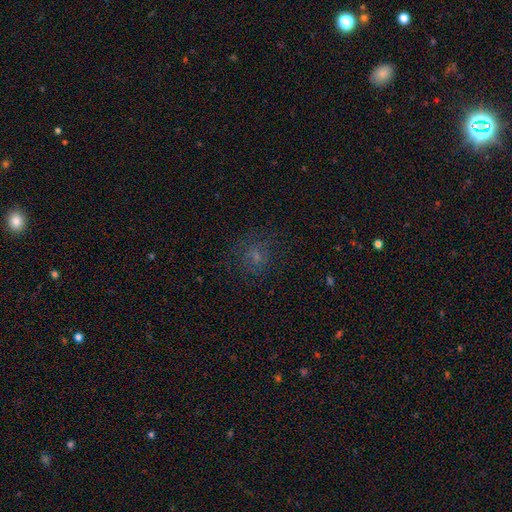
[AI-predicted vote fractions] This is possibly a smooth galaxy (49%). Merging: likely none (71%).